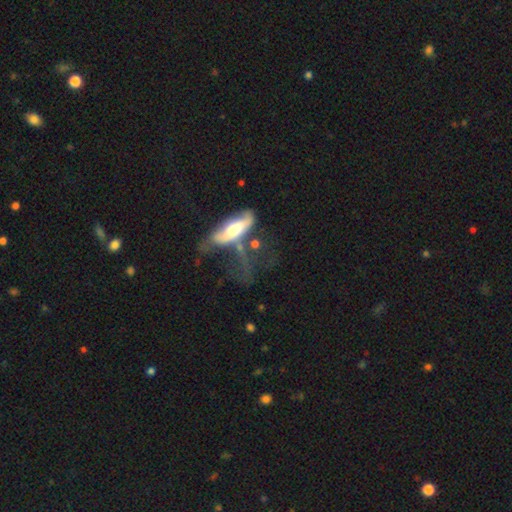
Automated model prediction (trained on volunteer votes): Overall: featured or disk (48%; smooth 39%). Merging: major disturbance (45%; none 20%).